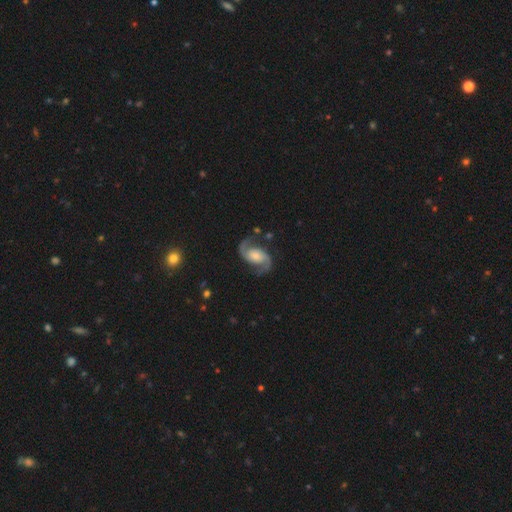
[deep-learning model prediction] Q: Smooth or featured?
A: featured or disk (91%); runner-up: smooth (5%)
Q: Edge-on disk?
A: no (98%); runner-up: yes (2%)
Q: Bar?
A: no (57%); runner-up: weak (31%)
Q: Spiral arms?
A: yes (98%); runner-up: no (2%)
Q: Spiral winding?
A: medium (48%); runner-up: loose (41%)
Q: Spiral arm count?
A: 2 (94%); runner-up: 1 (1%)
Q: Bulge size?
A: small (43%); runner-up: moderate (38%)
Q: Merging?
A: none (79%); runner-up: minor disturbance (12%)